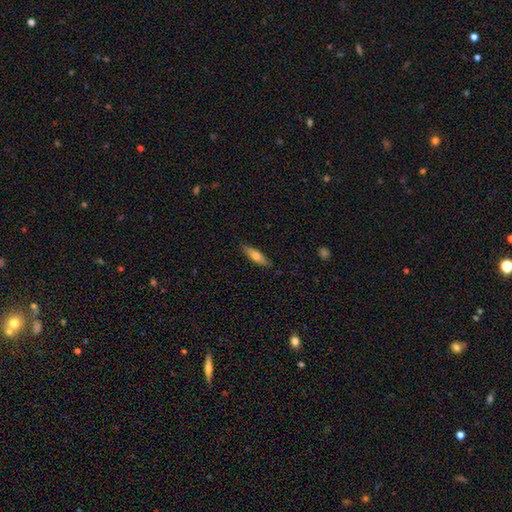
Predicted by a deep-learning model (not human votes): smooth_or_featured: smooth (p=0.64) [alt: featured or disk p=0.30]
how_rounded: cigar-shaped (p=0.59) [alt: in between p=0.39]
merging: none (p=0.87) [alt: minor disturbance p=0.10]